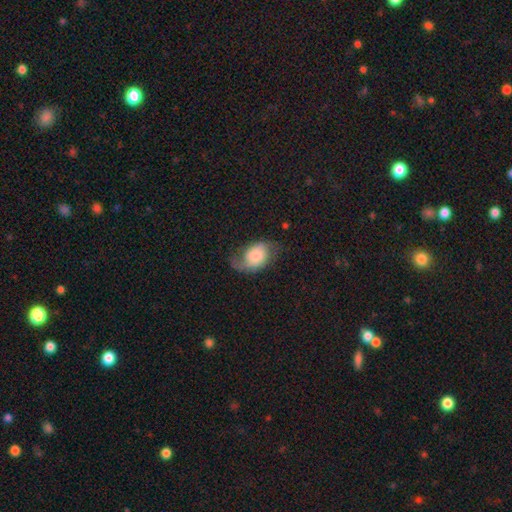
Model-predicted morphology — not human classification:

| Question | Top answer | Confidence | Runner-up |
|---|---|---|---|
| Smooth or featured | smooth | 49% | featured or disk (43%) |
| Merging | none | 48% | minor disturbance (29%) |